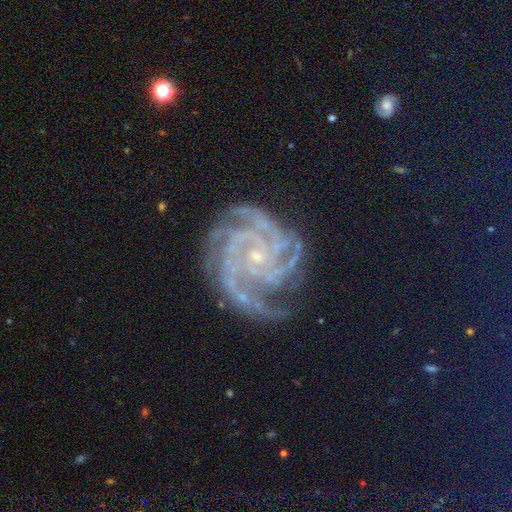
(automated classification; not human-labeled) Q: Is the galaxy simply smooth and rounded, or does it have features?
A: featured or disk — 89%.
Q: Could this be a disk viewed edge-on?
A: no — 98%.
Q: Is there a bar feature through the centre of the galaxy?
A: no — 73%.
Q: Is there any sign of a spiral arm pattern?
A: yes — 99%.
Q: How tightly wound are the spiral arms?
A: tight — 74%.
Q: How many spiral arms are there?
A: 4 — 32%.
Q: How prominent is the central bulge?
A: small — 86%.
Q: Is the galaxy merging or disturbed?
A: none — 75%.